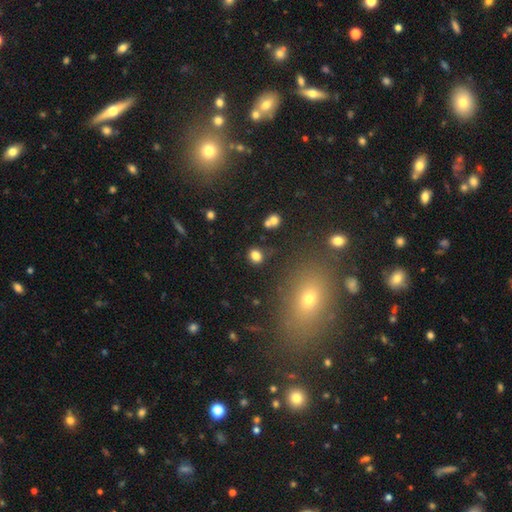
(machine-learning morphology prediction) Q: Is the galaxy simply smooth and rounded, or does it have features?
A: smooth — 81%.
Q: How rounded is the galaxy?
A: round — 65%.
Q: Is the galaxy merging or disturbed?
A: none — 78%.